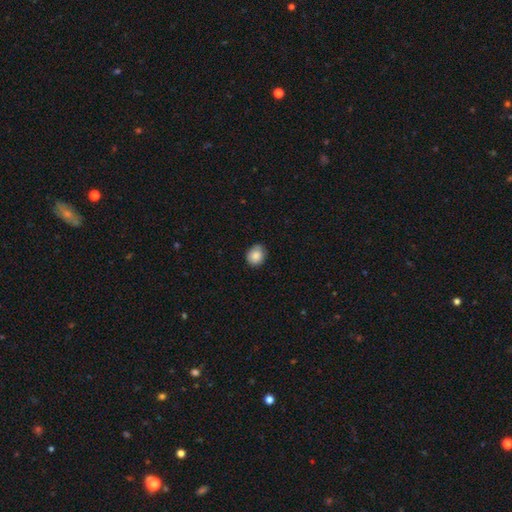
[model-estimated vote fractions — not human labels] Smooth or featured: smooth — 86% (star or artifact — 8%)
How rounded: round — 69% (in between — 30%)
Merging: none — 80% (minor disturbance — 16%)